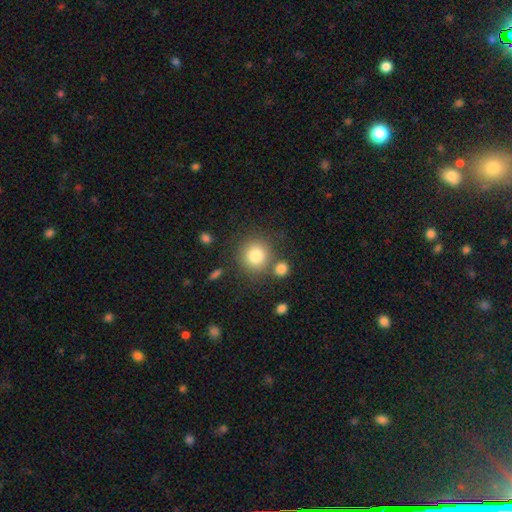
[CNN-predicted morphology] Smooth or featured?
  - smooth: 81% *
  - star or artifact: 10%
  - featured or disk: 9%
How rounded?
  - round: 92% *
  - in between: 8%
  - cigar-shaped: 1%
Merging?
  - none: 73% *
  - merger: 12%
  - minor disturbance: 10%
  - major disturbance: 4%